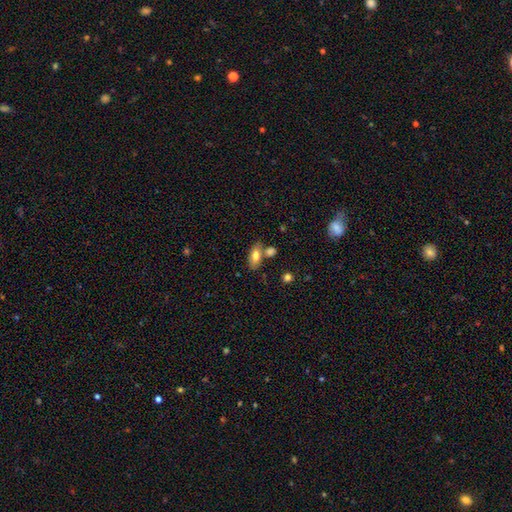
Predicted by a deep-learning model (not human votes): This is likely a smooth galaxy (73%). How rounded: clearly in between (85%). Merging: likely none (60%).